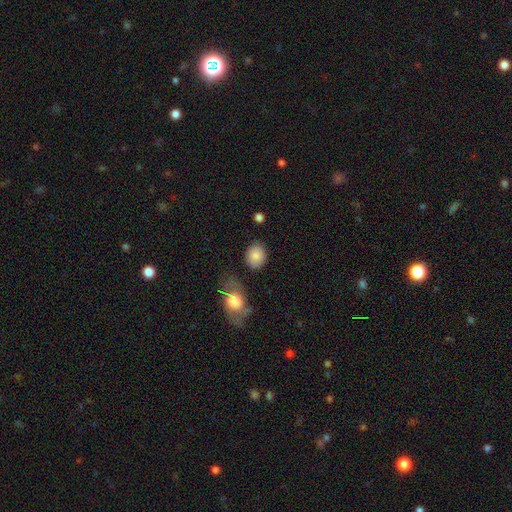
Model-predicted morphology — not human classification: Smooth or featured: smooth — 86% (star or artifact — 8%)
How rounded: in between — 52% (round — 47%)
Merging: none — 79% (minor disturbance — 12%)